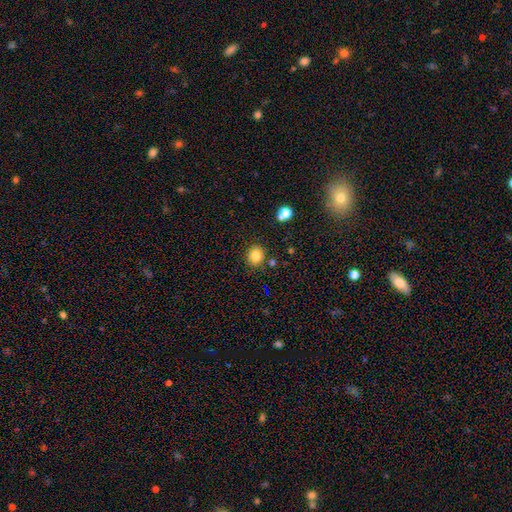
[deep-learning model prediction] A smooth galaxy with no disk features (83%) that is round (75%).

Vote fractions:
- Smooth or featured? smooth: 83% / star or artifact: 11% / featured or disk: 6%
- How rounded? round: 75% / in between: 24% / cigar-shaped: 1%
- Merging? none: 84% / minor disturbance: 9% / merger: 4% / major disturbance: 3%